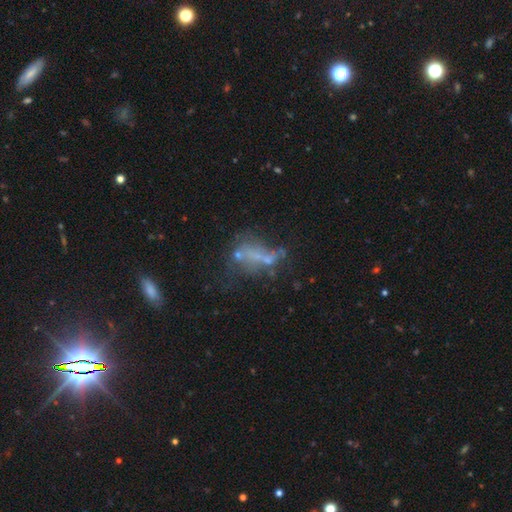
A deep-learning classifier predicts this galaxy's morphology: This appears to be a featured or disk galaxy (45%). Merging: none (36%).